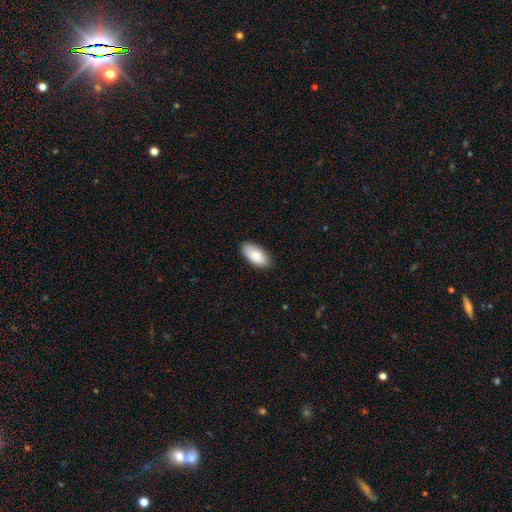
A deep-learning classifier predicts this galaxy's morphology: type=smooth (86%); roundness=in between (94%); merging=none (85%).